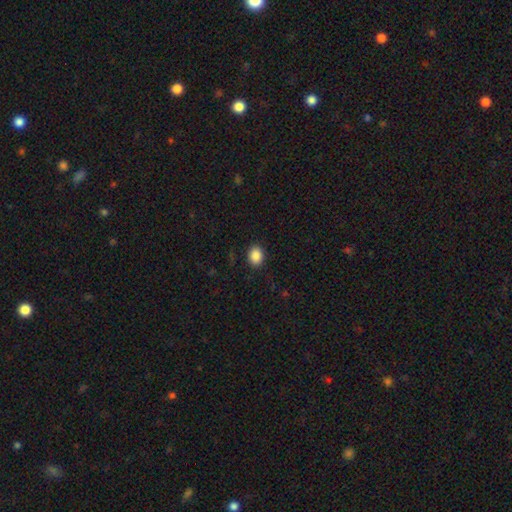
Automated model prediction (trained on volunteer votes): Morphology: type=smooth (88%); roundness=in between (54%); merging=none (90%).